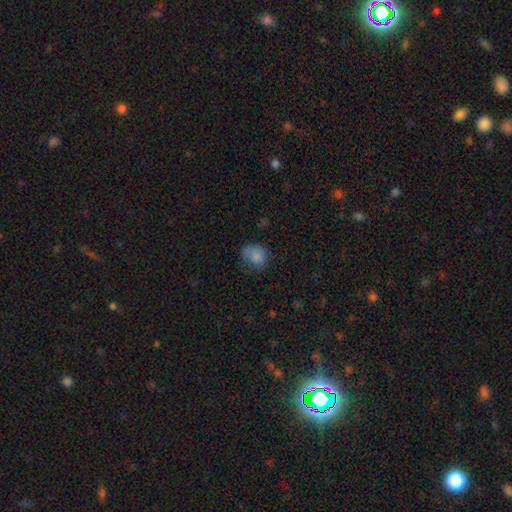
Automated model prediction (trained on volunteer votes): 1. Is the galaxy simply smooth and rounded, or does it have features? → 80% smooth, 10% star or artifact, 9% featured or disk.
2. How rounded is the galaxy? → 61% round, 38% in between, 1% cigar-shaped.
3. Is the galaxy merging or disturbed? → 49% none, 30% minor disturbance, 16% major disturbance, 5% merger.